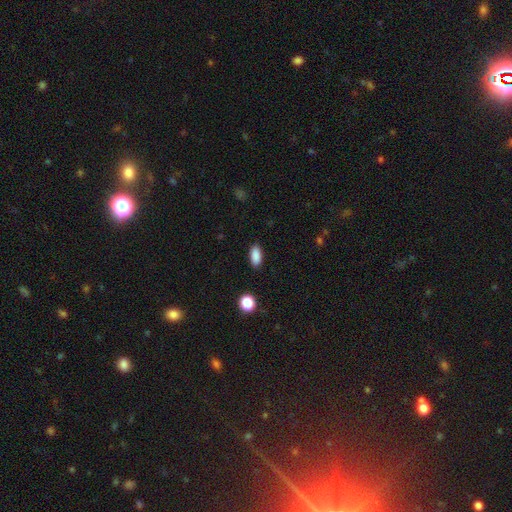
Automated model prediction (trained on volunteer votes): Morphology: type=smooth (88%); roundness=in between (87%); merging=none (89%).